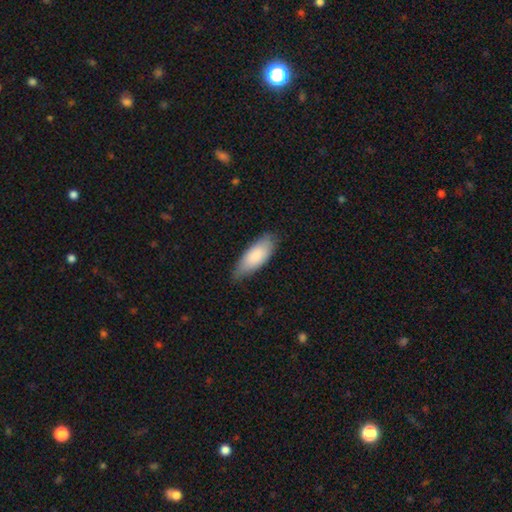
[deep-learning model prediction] This is clearly a smooth galaxy (84%). How rounded: likely in between (79%). Merging: likely none (72%).